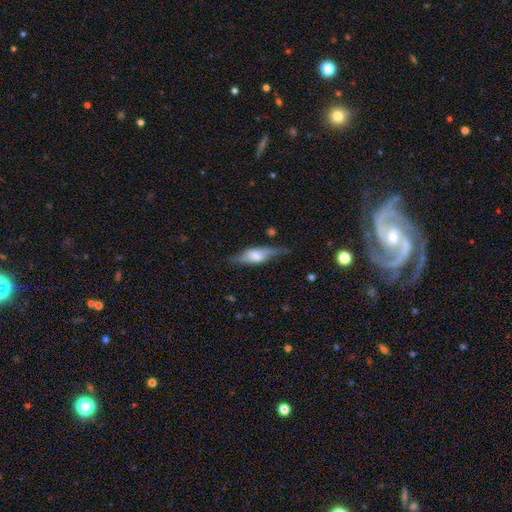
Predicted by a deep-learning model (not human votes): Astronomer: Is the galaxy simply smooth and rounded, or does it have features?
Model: featured or disk — 56% (runner-up: smooth, 38%).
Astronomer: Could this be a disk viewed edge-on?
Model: yes — 83%.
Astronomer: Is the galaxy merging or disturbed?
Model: none — 69%.